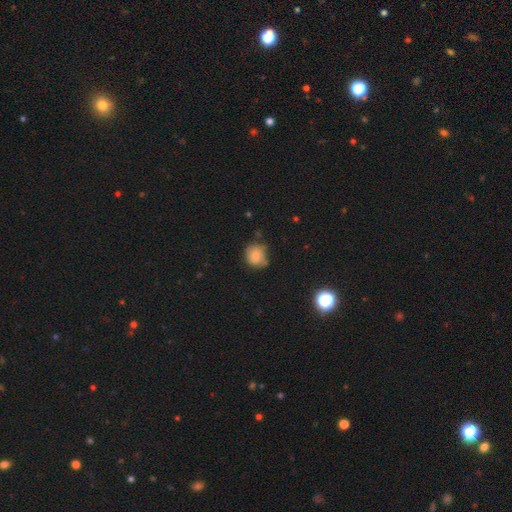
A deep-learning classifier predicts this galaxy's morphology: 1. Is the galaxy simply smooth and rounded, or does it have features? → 75% smooth, 15% featured or disk, 10% star or artifact.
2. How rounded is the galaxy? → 76% round, 23% in between, 1% cigar-shaped.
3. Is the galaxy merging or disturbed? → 57% none, 30% minor disturbance, 8% major disturbance, 5% merger.